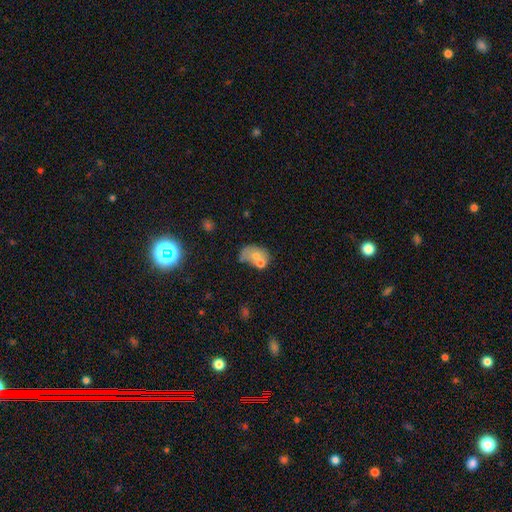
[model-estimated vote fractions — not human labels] A smooth galaxy with no disk features (59%) that is in between round and cigar-shaped (68%). Merging: merger (44%).